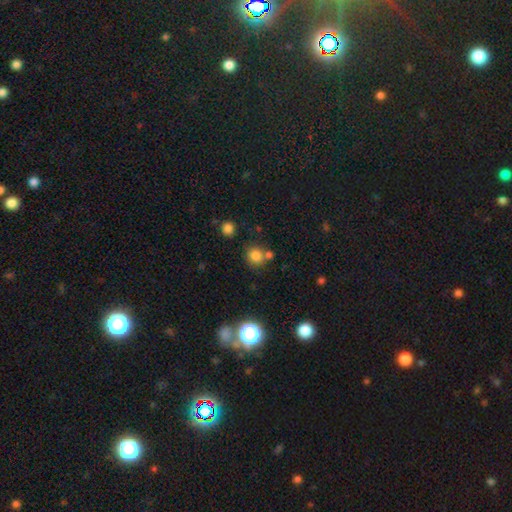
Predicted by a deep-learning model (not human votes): A smooth galaxy with no disk features (79%) that is round (83%).

Vote fractions:
- Smooth or featured? smooth: 79% / star or artifact: 15% / featured or disk: 6%
- How rounded? round: 83% / in between: 16% / cigar-shaped: 1%
- Merging? none: 66% / merger: 20% / minor disturbance: 10% / major disturbance: 4%